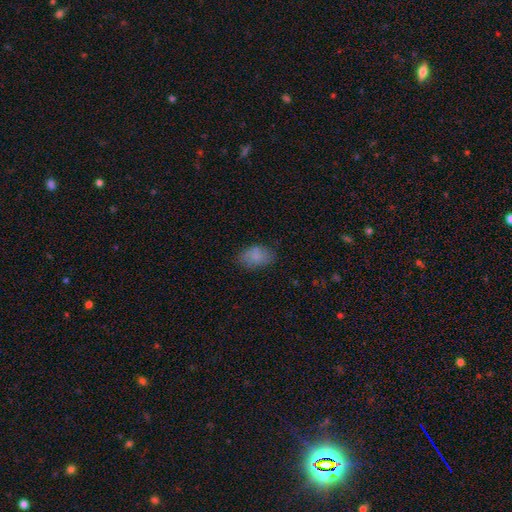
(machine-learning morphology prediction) Smooth or featured?
  - smooth: 80% *
  - featured or disk: 10%
  - star or artifact: 9%
How rounded?
  - in between: 90% *
  - round: 8%
  - cigar-shaped: 1%
Merging?
  - none: 74% *
  - minor disturbance: 18%
  - major disturbance: 5%
  - merger: 3%